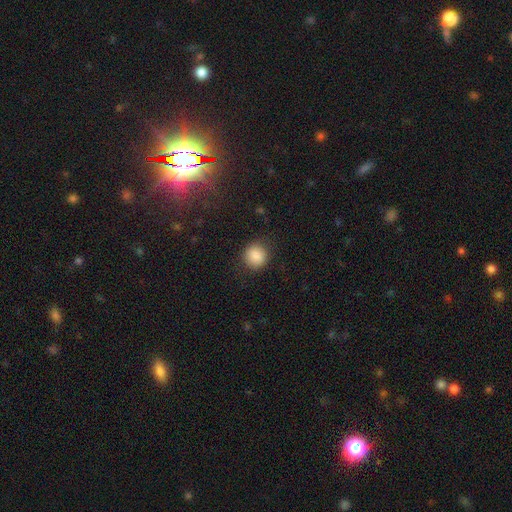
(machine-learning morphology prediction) smooth-or-featured: smooth: 87% | star or artifact: 9% | featured or disk: 4%
  how-rounded: round: 87% | in between: 12% | cigar-shaped: 1%
  merging: none: 83% | minor disturbance: 11% | major disturbance: 4% | merger: 1%